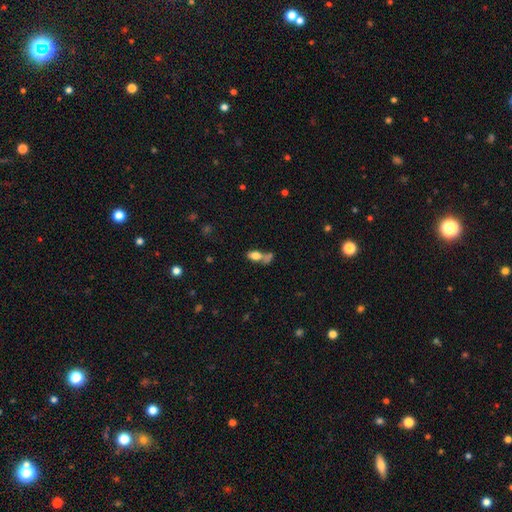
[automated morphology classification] smooth 74%, featured or disk 15%, star or artifact 11%. Down the decision tree: how rounded — in between (84%); merging — merger (45%).